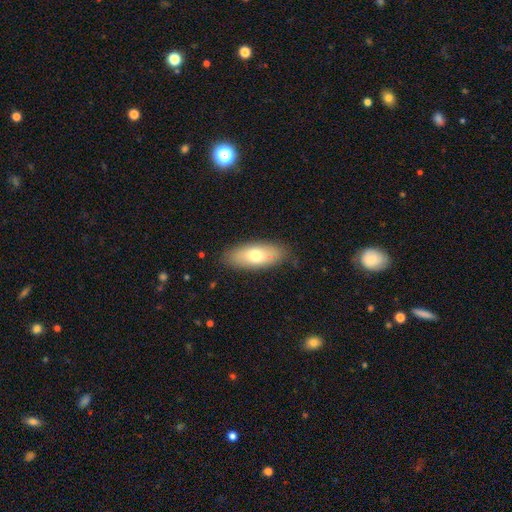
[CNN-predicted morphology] The model was most divided on "smooth or featured": smooth: 70%, featured or disk: 24%, star or artifact: 7%. More confident: merging — none (84%); how rounded — in between (79%).